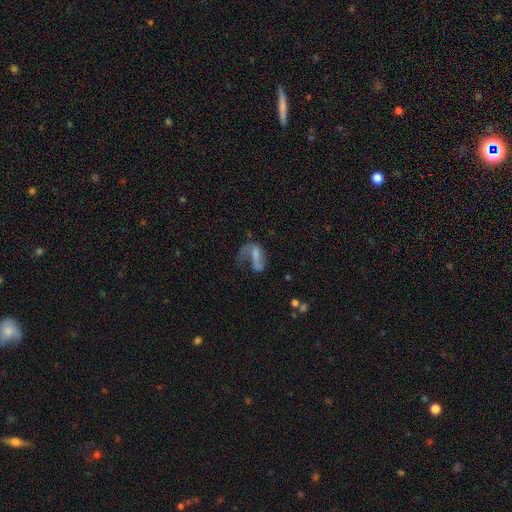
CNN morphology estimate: type=featured or disk (46%); merging=major disturbance (56%).